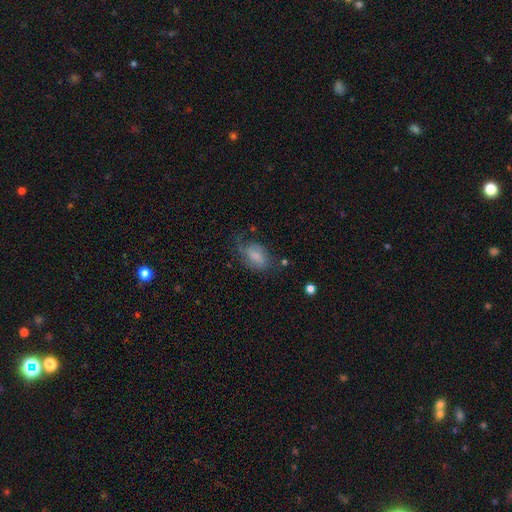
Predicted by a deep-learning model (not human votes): A smooth galaxy with no disk features (62%) that is in between round and cigar-shaped (87%).

Vote fractions:
- Smooth or featured? smooth: 62% / featured or disk: 29% / star or artifact: 9%
- How rounded? in between: 87% / round: 11% / cigar-shaped: 3%
- Merging? none: 51% / minor disturbance: 28% / major disturbance: 18% / merger: 3%